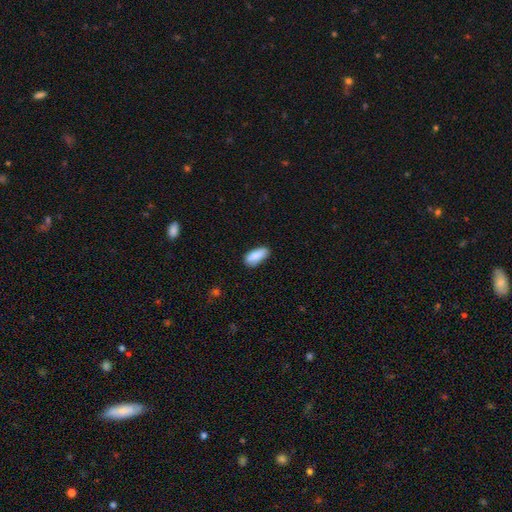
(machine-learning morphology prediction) Smooth or featured: smooth — 84% (featured or disk — 9%)
How rounded: in between — 86% (cigar-shaped — 12%)
Merging: none — 78% (minor disturbance — 18%)